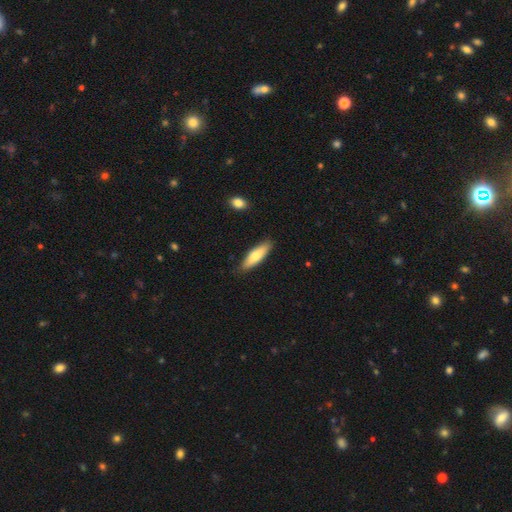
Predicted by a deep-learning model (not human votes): smooth 75%, featured or disk 20%, star or artifact 5%. Down the decision tree: how rounded — cigar-shaped (59%); merging — none (85%).